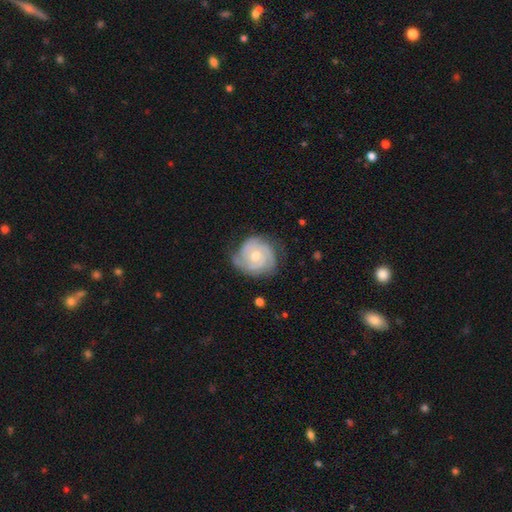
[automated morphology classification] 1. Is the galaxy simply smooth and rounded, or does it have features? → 86% featured or disk, 10% smooth, 5% star or artifact.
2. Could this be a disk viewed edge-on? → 98% no, 2% yes.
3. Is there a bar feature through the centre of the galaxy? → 74% no, 22% weak, 4% strong.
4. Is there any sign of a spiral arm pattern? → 97% yes, 3% no.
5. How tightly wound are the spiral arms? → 75% tight, 22% medium, 4% loose.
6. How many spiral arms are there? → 36% 3, 32% 2, 16% can't tell, 7% 4, 4% 1, 4% more than 4.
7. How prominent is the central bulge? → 53% moderate, 44% small, 1% large, 1% none, 1% dominant.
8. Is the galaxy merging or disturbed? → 72% none, 21% minor disturbance, 6% major disturbance, 1% merger.